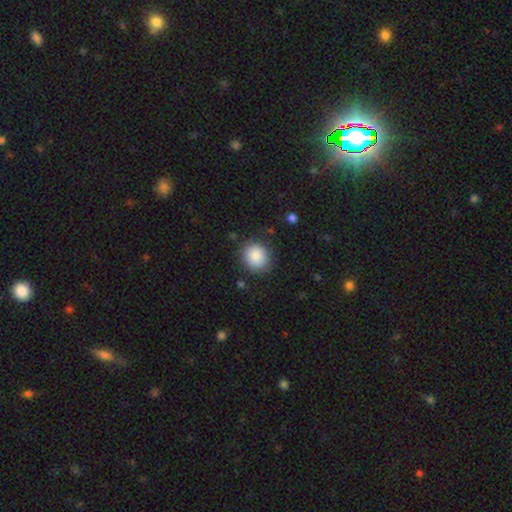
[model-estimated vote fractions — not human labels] Overall: smooth (87%). How rounded: round (85%). Merging: none (85%).